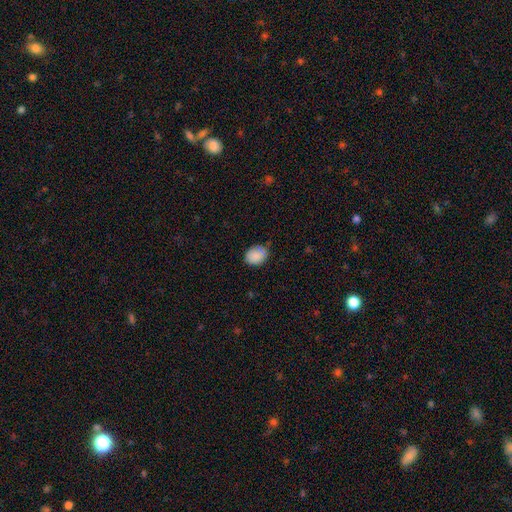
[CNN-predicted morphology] Smooth or featured?
  - smooth: 85% *
  - star or artifact: 8%
  - featured or disk: 7%
How rounded?
  - in between: 56% *
  - round: 43%
  - cigar-shaped: 1%
Merging?
  - none: 72% *
  - minor disturbance: 23%
  - major disturbance: 4%
  - merger: 2%